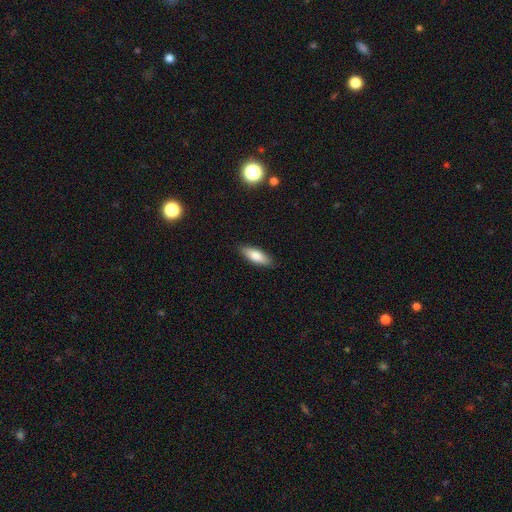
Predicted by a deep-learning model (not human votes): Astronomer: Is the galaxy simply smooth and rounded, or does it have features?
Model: smooth — 78%.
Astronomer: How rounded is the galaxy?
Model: in between — 68%.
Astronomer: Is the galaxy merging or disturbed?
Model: none — 87%.